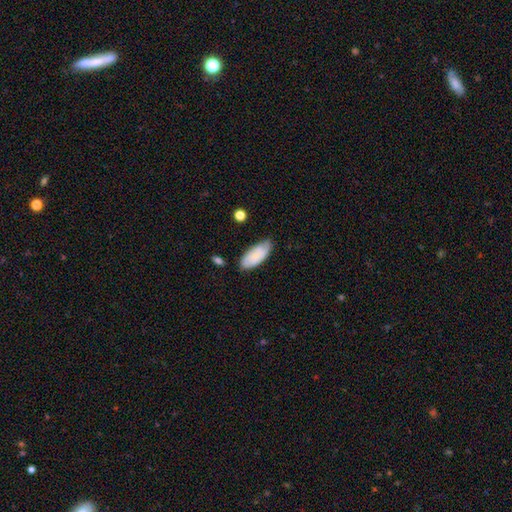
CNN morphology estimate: A smooth galaxy with no disk features (73%) that is in between round and cigar-shaped (87%). Merging: none (68%).